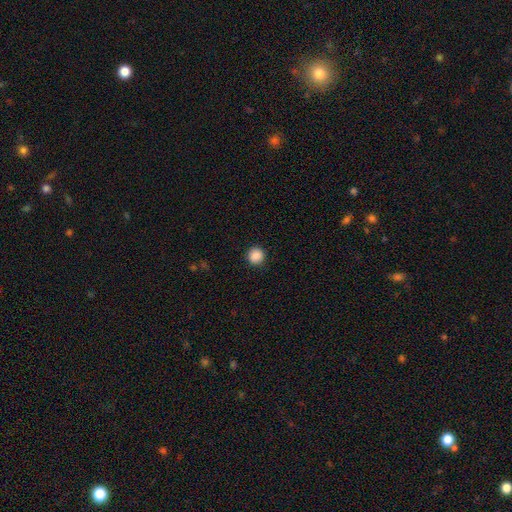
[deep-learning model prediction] Morphology: type=smooth (89%); roundness=round (94%); merging=none (92%).